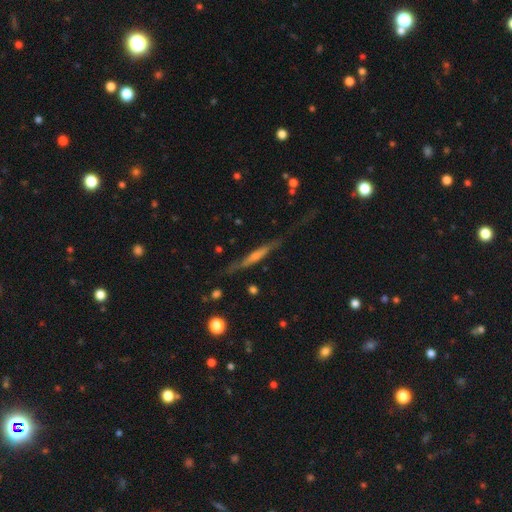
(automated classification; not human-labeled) This appears to be a featured or disk galaxy (63%) viewed edge-on (91%) with no central bulge (48%). Merging: none (69%).